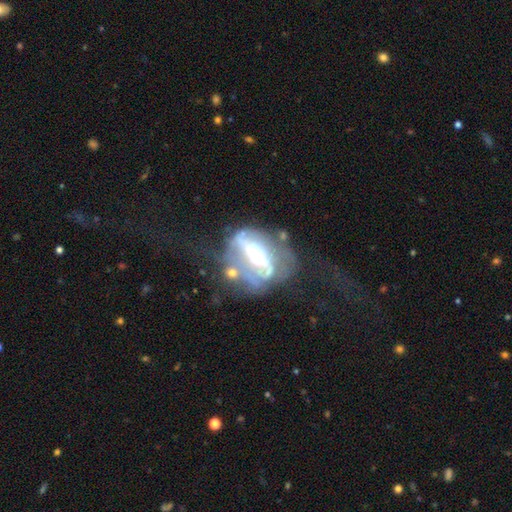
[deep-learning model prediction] This is likely a featured or disk galaxy (74%). It is clearly not viewed edge-on (84%). Bar: possibly strong (57%). Spiral arm pattern: possibly no (54%). Central bulge: possibly moderate (53%). Merging: marginally none (34%).